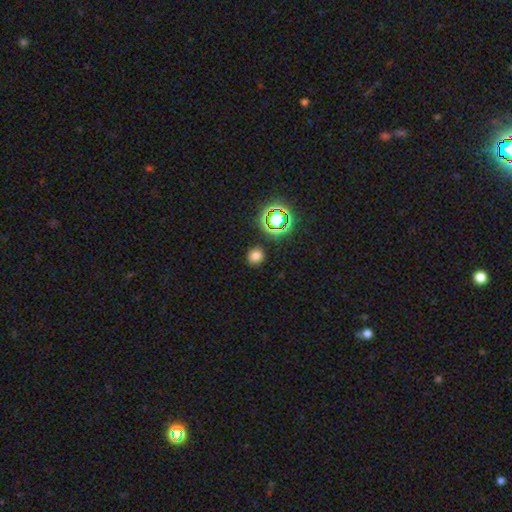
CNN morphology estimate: This is likely a smooth galaxy (71%). How rounded: clearly round (83%). Merging: clearly none (88%).